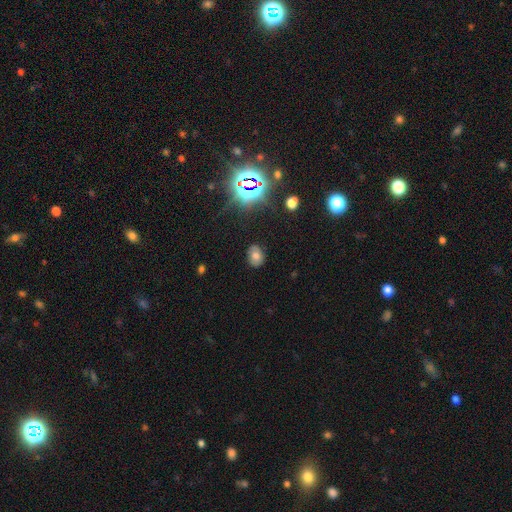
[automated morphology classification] This is likely a smooth galaxy (64%). How rounded: likely in between (61%). Merging: clearly none (83%).